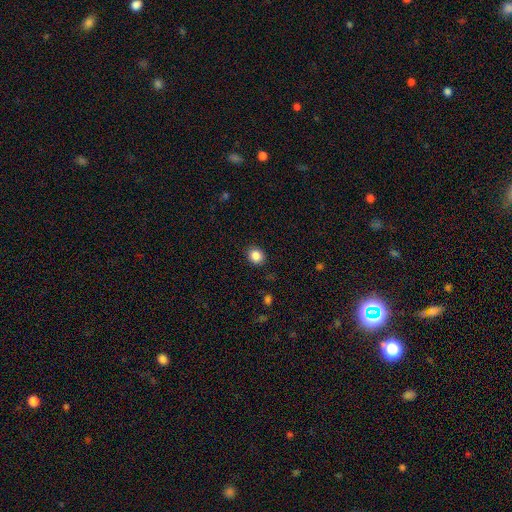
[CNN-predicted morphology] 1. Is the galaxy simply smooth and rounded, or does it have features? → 86% smooth, 10% star or artifact, 4% featured or disk.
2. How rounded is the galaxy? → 71% round, 28% in between, 1% cigar-shaped.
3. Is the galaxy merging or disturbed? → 89% none, 7% minor disturbance, 2% major disturbance, 1% merger.